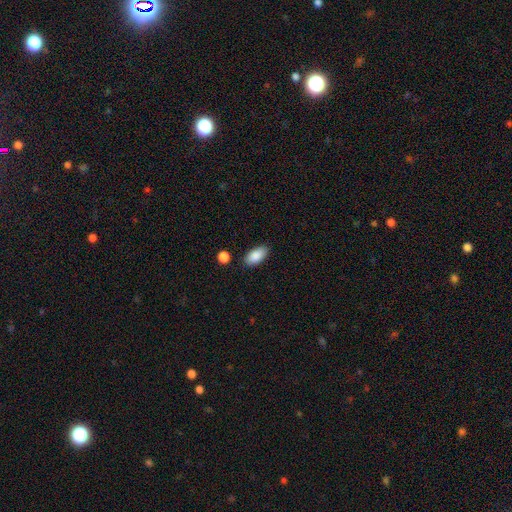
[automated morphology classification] Overall: smooth (88%). How rounded: in between (92%). Merging: none (84%).